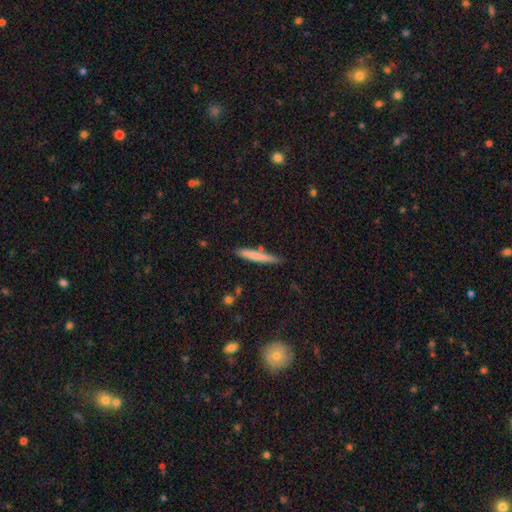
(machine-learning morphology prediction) Smooth or featured: smooth — 74% (featured or disk — 19%)
How rounded: cigar-shaped — 95% (in between — 4%)
Merging: none — 81% (minor disturbance — 13%)